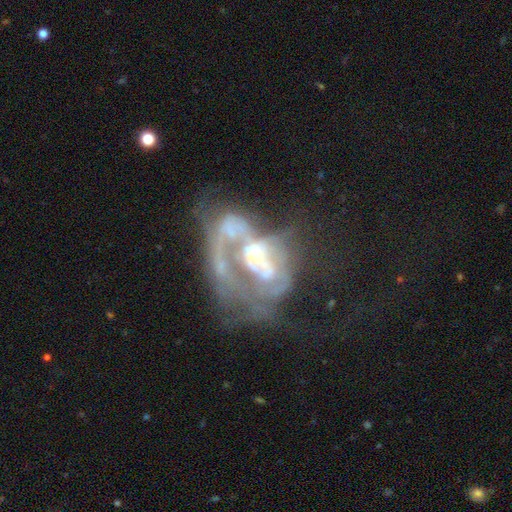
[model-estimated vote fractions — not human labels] The model was most divided on "bulge size": moderate: 45%, small: 40%, none: 8%, large: 5%, dominant: 2%. More confident: edge-on disk — no (97%); smooth or featured — featured or disk (77%); bar — no (75%); merging — merger (63%); spiral arms — yes (53%).